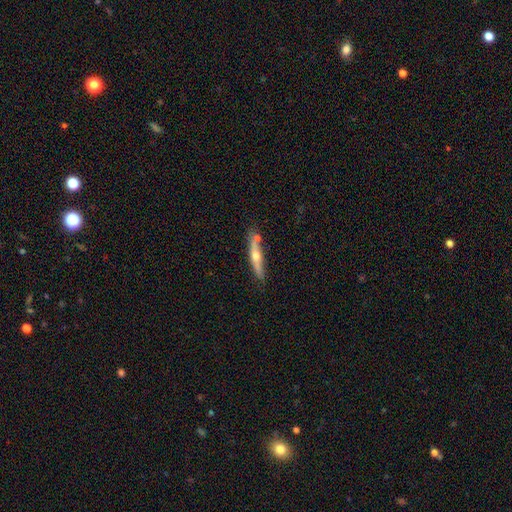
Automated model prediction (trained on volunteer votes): Smooth or featured: featured or disk — 56% (smooth — 38%)
Edge-on disk: yes — 91% (no — 9%)
Edge-on bulge: rounded — 91% (none — 6%)
Merging: none — 71% (minor disturbance — 15%)